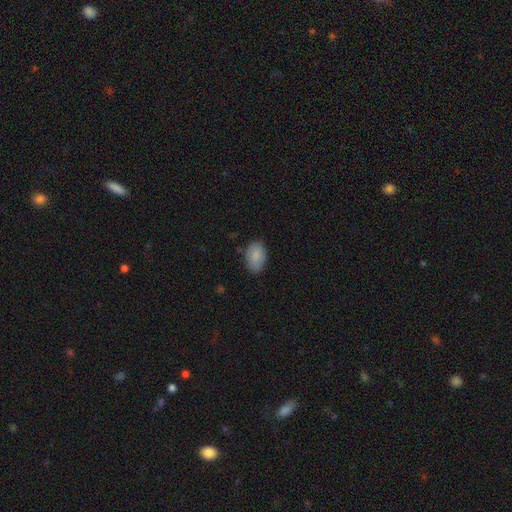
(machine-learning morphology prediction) Q: Smooth or featured?
A: smooth (86%); runner-up: star or artifact (7%)
Q: How rounded?
A: in between (89%); runner-up: round (10%)
Q: Merging?
A: none (81%); runner-up: minor disturbance (15%)